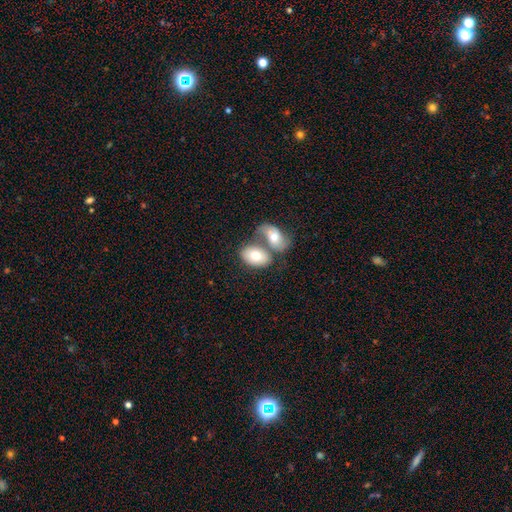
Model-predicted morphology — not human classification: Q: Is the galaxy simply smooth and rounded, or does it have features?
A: smooth — 68%.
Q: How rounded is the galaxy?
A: in between — 89%.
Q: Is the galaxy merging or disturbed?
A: merger — 60%.